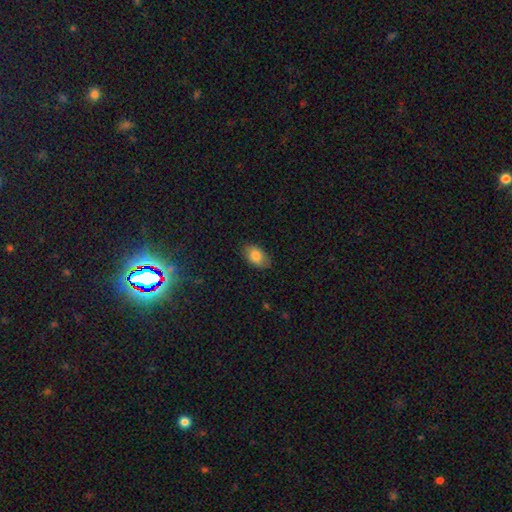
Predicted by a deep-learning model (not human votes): Smooth or featured?
  - smooth: 82% *
  - featured or disk: 10%
  - star or artifact: 8%
How rounded?
  - in between: 91% *
  - round: 7%
  - cigar-shaped: 2%
Merging?
  - none: 83% *
  - minor disturbance: 14%
  - major disturbance: 3%
  - merger: 1%